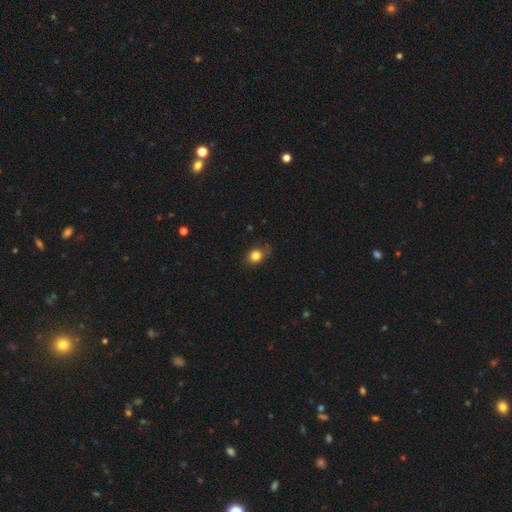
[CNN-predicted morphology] Q: Smooth or featured?
A: smooth (81%); runner-up: star or artifact (11%)
Q: How rounded?
A: round (55%); runner-up: in between (44%)
Q: Merging?
A: none (72%); runner-up: minor disturbance (21%)